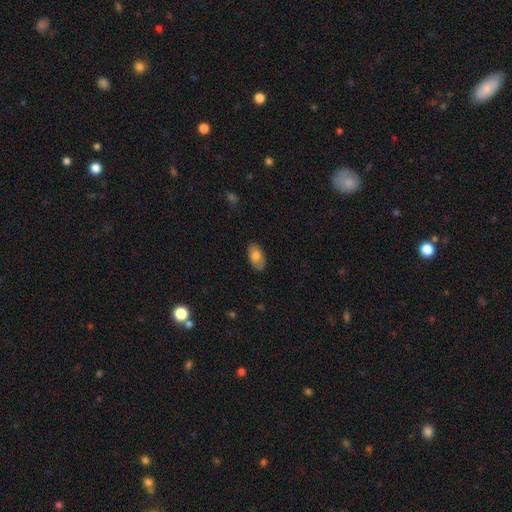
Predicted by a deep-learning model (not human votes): Smooth or featured: smooth — 80% (featured or disk — 13%)
How rounded: in between — 94% (round — 4%)
Merging: none — 85% (minor disturbance — 12%)